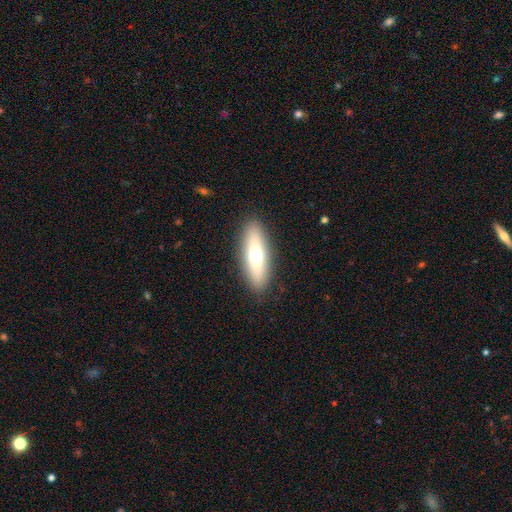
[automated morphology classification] Smooth or featured? Predicted: smooth (p=0.60). How rounded? Predicted: in between (p=0.49). Merging? Predicted: none (p=0.89).